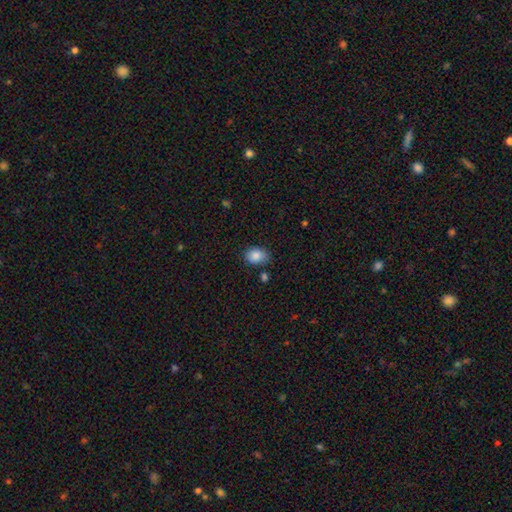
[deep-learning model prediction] Smooth or featured? smooth (86%)
How rounded? in between (71%)
Merging? none (75%)